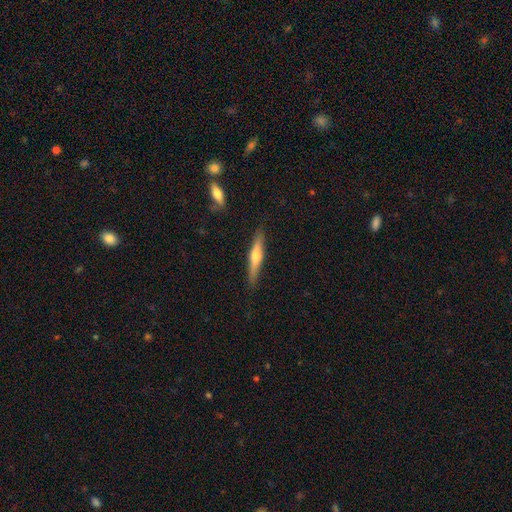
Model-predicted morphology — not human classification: Overall: featured or disk (52%; smooth 42%). Edge-on disk: yes (95%). Merging: none (88%).